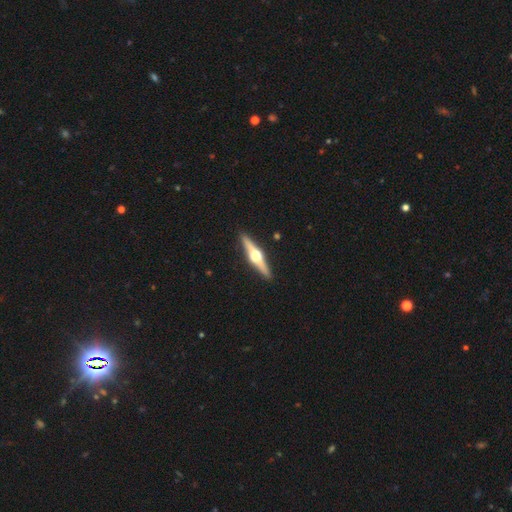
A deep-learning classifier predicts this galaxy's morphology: Smooth or featured? featured or disk (80%)
Edge-on disk? yes (98%)
Edge-on bulge? rounded (96%)
Merging? none (92%)